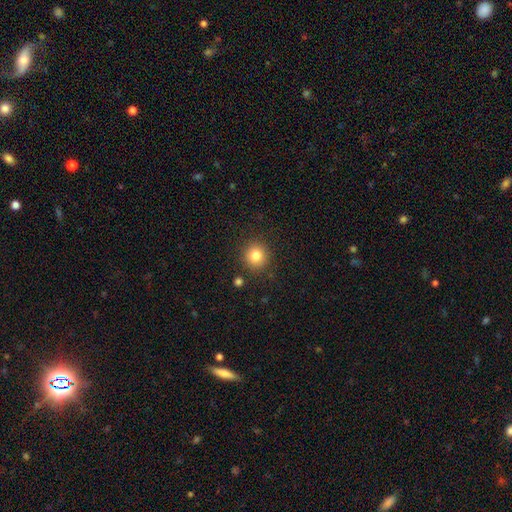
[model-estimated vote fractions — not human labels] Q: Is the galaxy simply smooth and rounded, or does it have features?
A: smooth — 82%.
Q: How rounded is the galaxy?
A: round — 92%.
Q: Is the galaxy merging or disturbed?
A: none — 88%.